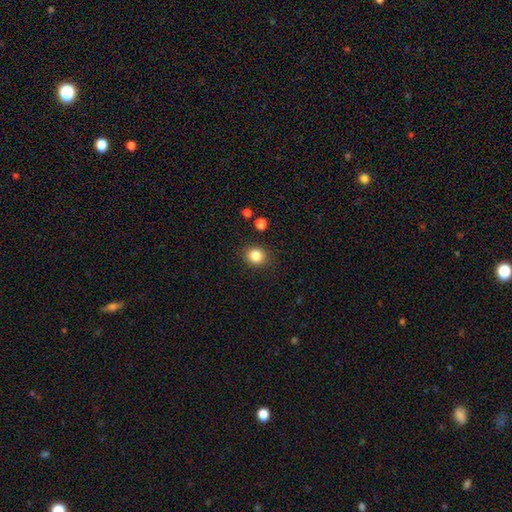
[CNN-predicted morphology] The model was most divided on "how rounded": round: 80%, in between: 19%, cigar-shaped: 1%. More confident: merging — none (88%); smooth or featured — smooth (84%).